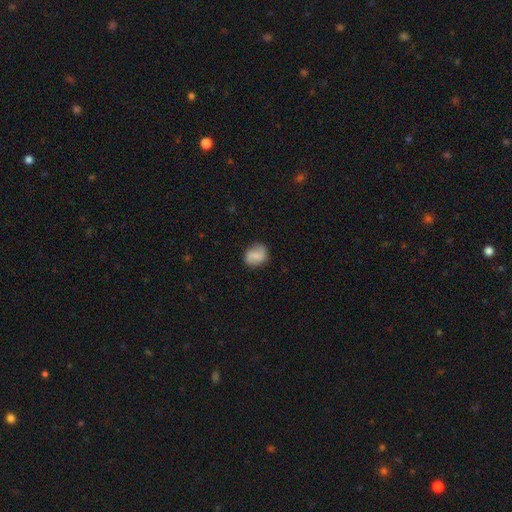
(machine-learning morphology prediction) A smooth galaxy with no disk features (62%) that is round (54%). Merging: none (78%).